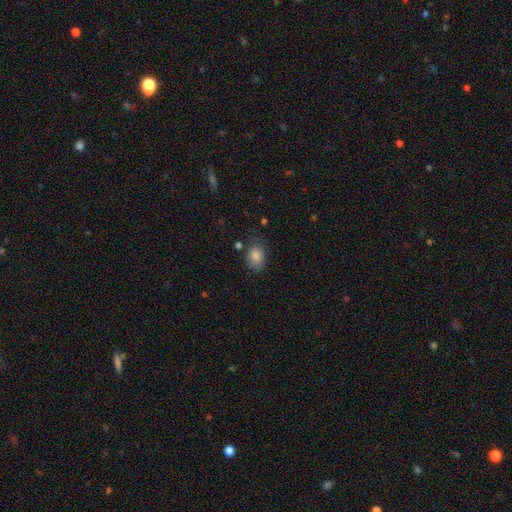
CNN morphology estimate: Smooth or featured? smooth (84%)
How rounded? in between (77%)
Merging? none (62%)